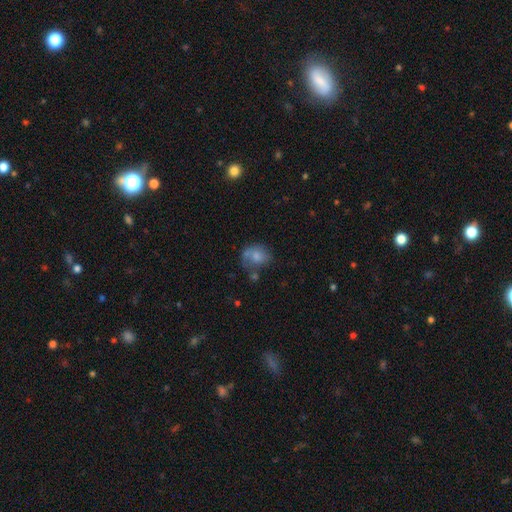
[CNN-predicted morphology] Overall: smooth (67%). How rounded: round (59%; in between 40%). Merging: none (43%; minor disturbance 25%).